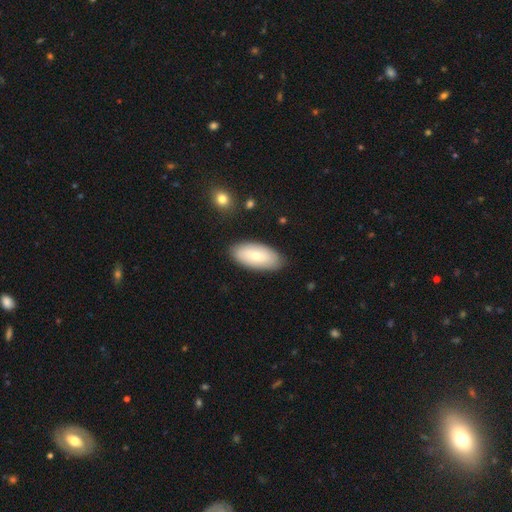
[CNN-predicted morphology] This appears to be a smooth galaxy with no disk features (66%) that is in between round and cigar-shaped (92%). Merging: none (85%).